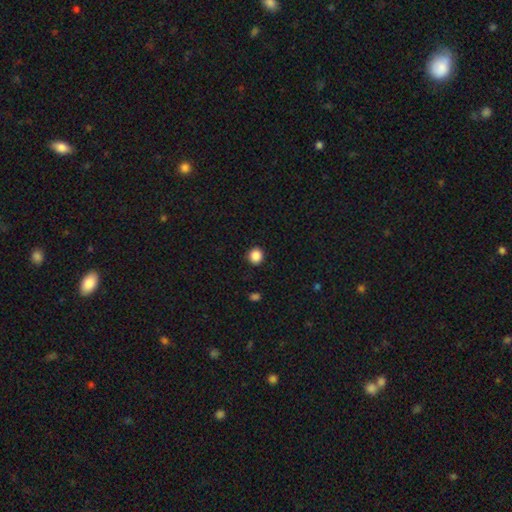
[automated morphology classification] Smooth or featured?
  - smooth: 87% *
  - star or artifact: 10%
  - featured or disk: 2%
How rounded?
  - round: 91% *
  - in between: 8%
  - cigar-shaped: 1%
Merging?
  - none: 91% *
  - minor disturbance: 6%
  - major disturbance: 2%
  - merger: 1%